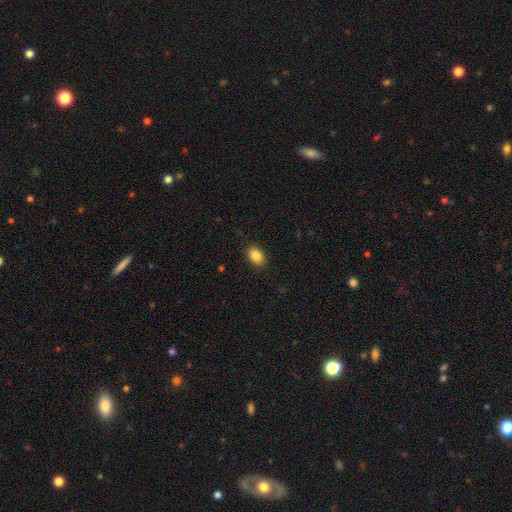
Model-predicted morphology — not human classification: smooth_or_featured: smooth (p=0.86) [alt: star or artifact p=0.08]
how_rounded: in between (p=0.82) [alt: round p=0.17]
merging: none (p=0.89) [alt: minor disturbance p=0.08]